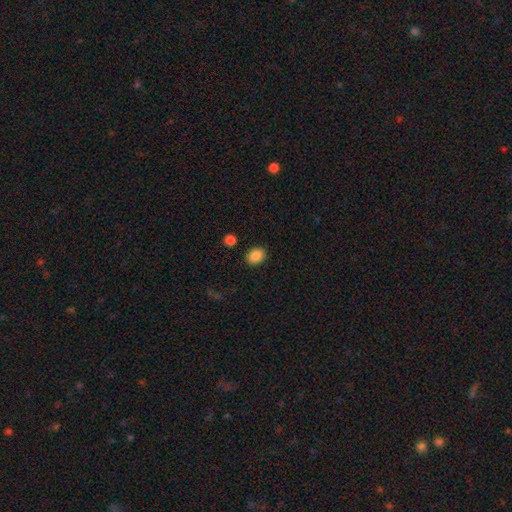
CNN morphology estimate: Smooth or featured?
  - smooth: 87% *
  - star or artifact: 9%
  - featured or disk: 4%
How rounded?
  - in between: 55% *
  - round: 44%
  - cigar-shaped: 1%
Merging?
  - none: 86% *
  - minor disturbance: 10%
  - major disturbance: 3%
  - merger: 2%